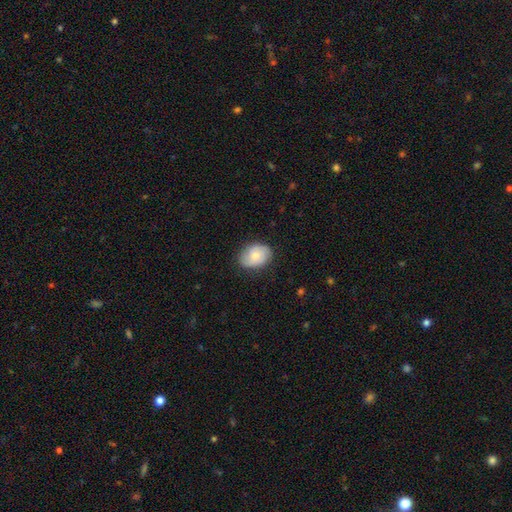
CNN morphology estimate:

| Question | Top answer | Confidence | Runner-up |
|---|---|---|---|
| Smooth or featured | smooth | 62% | featured or disk (31%) |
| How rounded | in between | 68% | round (31%) |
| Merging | none | 80% | minor disturbance (15%) |